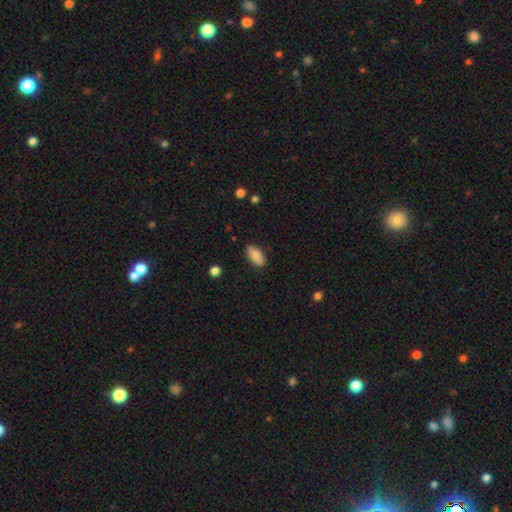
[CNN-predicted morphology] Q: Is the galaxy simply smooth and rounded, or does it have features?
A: smooth — 82%.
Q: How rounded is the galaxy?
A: in between — 89%.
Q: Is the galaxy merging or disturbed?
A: none — 85%.